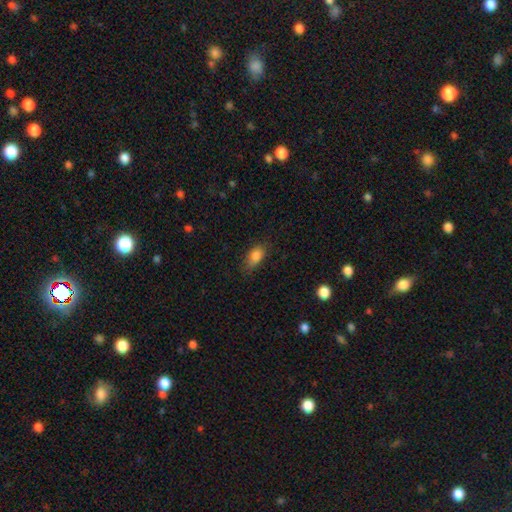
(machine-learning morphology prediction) Smooth or featured? smooth (83%)
How rounded? in between (84%)
Merging? none (73%)